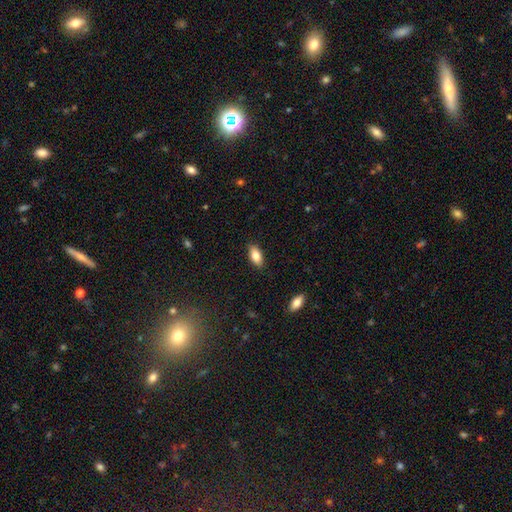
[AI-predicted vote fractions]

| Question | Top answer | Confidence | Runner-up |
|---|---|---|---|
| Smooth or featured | smooth | 82% | featured or disk (11%) |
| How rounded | in between | 88% | cigar-shaped (10%) |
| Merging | none | 87% | minor disturbance (10%) |